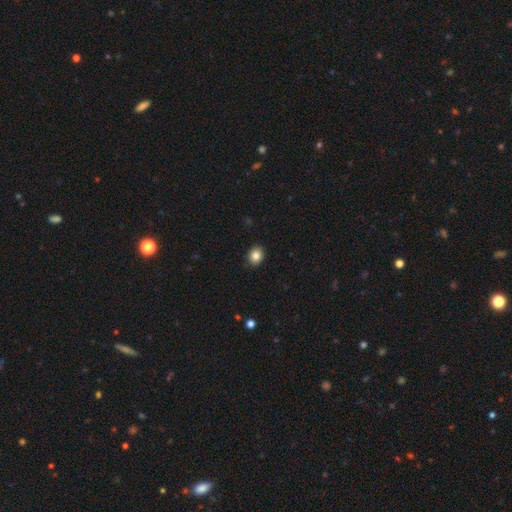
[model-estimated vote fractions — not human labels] Smooth or featured: smooth — 84% (star or artifact — 10%)
How rounded: round — 53% (in between — 46%)
Merging: none — 90% (minor disturbance — 8%)